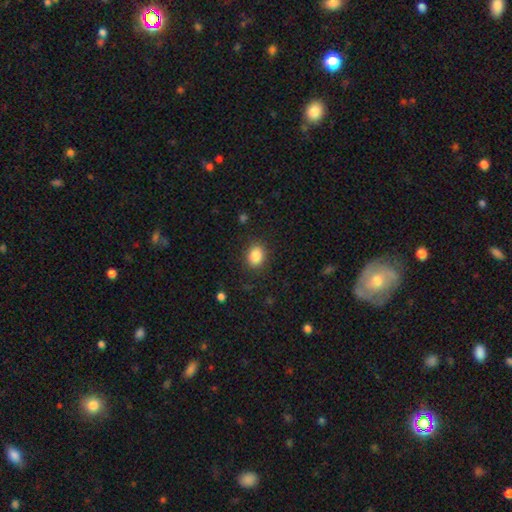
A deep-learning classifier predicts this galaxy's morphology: The model was most divided on "how rounded": in between: 64%, round: 34%, cigar-shaped: 1%. More confident: smooth or featured — smooth (87%); merging — none (86%).